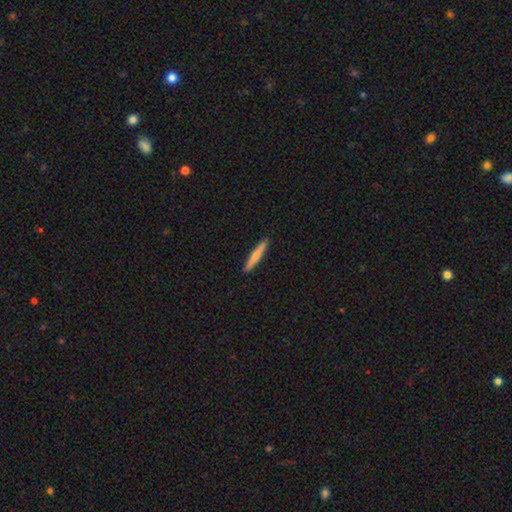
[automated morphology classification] Smooth or featured? Predicted: smooth (p=0.68). How rounded? Predicted: cigar-shaped (p=0.95). Merging? Predicted: none (p=0.92).